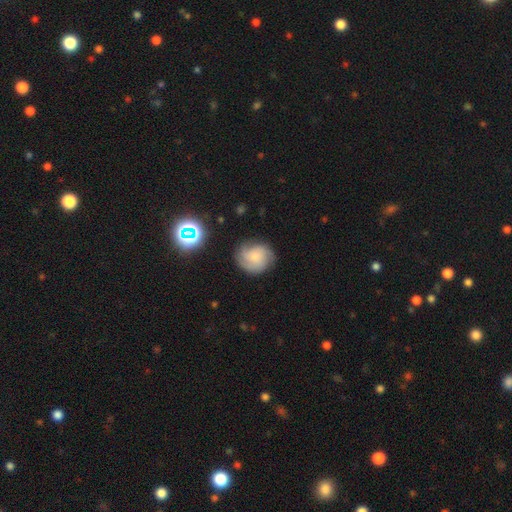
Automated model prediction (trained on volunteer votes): The model was most divided on "smooth or featured": featured or disk: 51%, smooth: 38%, star or artifact: 11%. More confident: edge-on disk — no (97%); spiral arms — yes (90%); bar — no (78%); merging — none (73%); bulge size — small (63%).